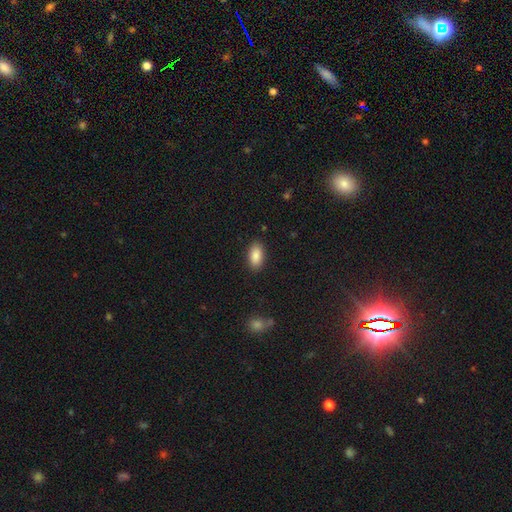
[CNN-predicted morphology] A smooth galaxy with no disk features (88%) that is in between round and cigar-shaped (93%).

Vote fractions:
- Smooth or featured? smooth: 88% / star or artifact: 7% / featured or disk: 5%
- How rounded? in between: 93% / cigar-shaped: 4% / round: 3%
- Merging? none: 88% / minor disturbance: 9% / major disturbance: 2% / merger: 1%